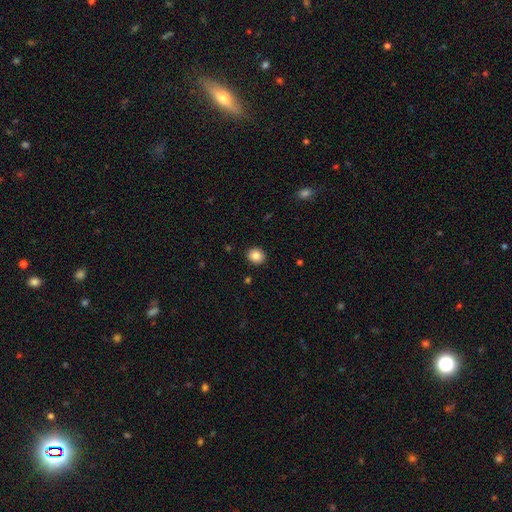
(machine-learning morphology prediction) A smooth galaxy with no disk features (84%) that is round (76%).

Vote fractions:
- Smooth or featured? smooth: 84% / star or artifact: 9% / featured or disk: 6%
- How rounded? round: 76% / in between: 23% / cigar-shaped: 1%
- Merging? none: 92% / minor disturbance: 5% / major disturbance: 2% / merger: 1%